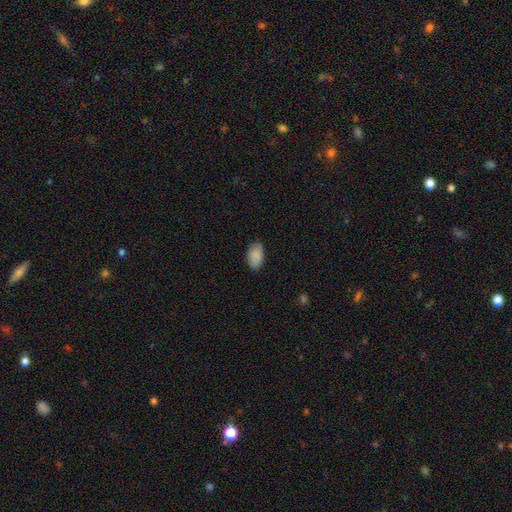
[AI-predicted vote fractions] A smooth galaxy with no disk features (88%) that is in between round and cigar-shaped (93%).

Vote fractions:
- Smooth or featured? smooth: 88% / star or artifact: 7% / featured or disk: 5%
- How rounded? in between: 93% / round: 5% / cigar-shaped: 2%
- Merging? none: 75% / minor disturbance: 20% / major disturbance: 3% / merger: 1%